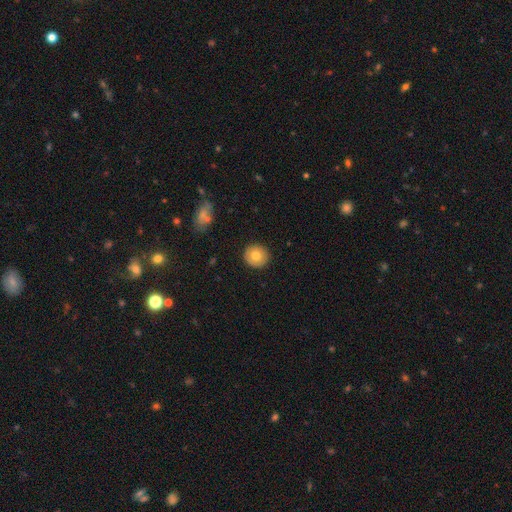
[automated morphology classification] A smooth galaxy with no disk features (76%) that is round (91%). Merging: none (90%).